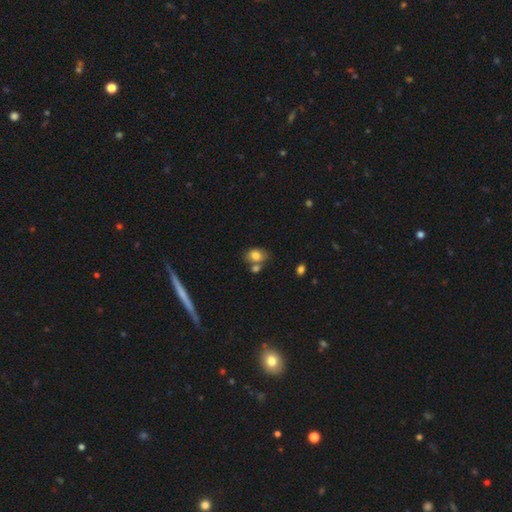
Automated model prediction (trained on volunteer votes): This is likely a smooth galaxy (78%). How rounded: likely in between (73%). Merging: possibly none (50%).